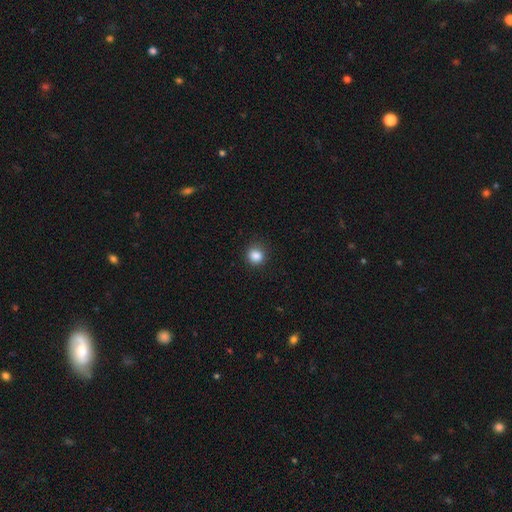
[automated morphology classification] Smooth or featured? smooth (86%)
How rounded? round (84%)
Merging? none (85%)